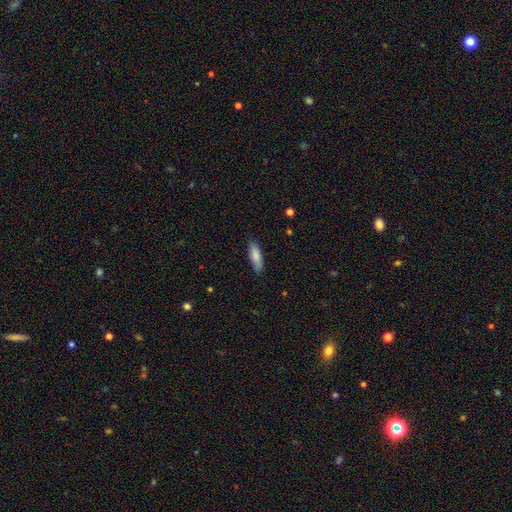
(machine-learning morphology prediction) Q: Smooth or featured?
A: smooth (84%); runner-up: featured or disk (11%)
Q: How rounded?
A: in between (51%); runner-up: cigar-shaped (47%)
Q: Merging?
A: none (83%); runner-up: minor disturbance (14%)